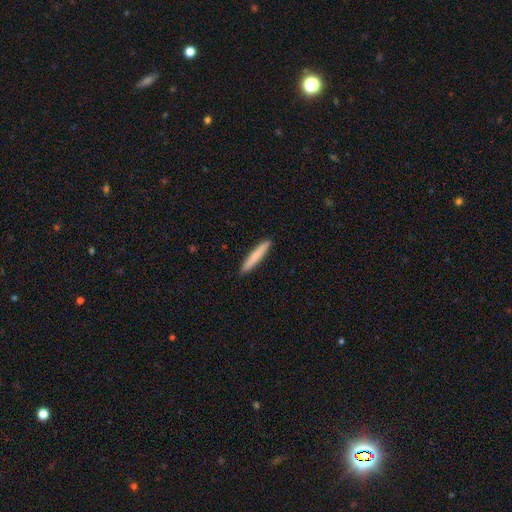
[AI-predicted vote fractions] smooth 72%, featured or disk 22%, star or artifact 5%. Down the decision tree: how rounded — cigar-shaped (95%); merging — none (92%).